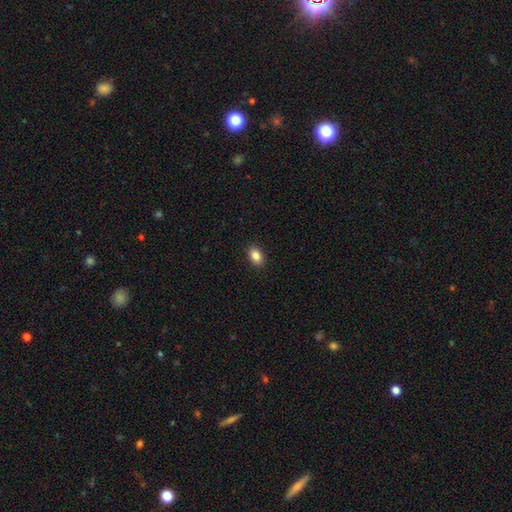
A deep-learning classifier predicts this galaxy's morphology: The model was most divided on "how rounded": in between: 83%, round: 15%, cigar-shaped: 1%. More confident: merging — none (90%); smooth or featured — smooth (86%).